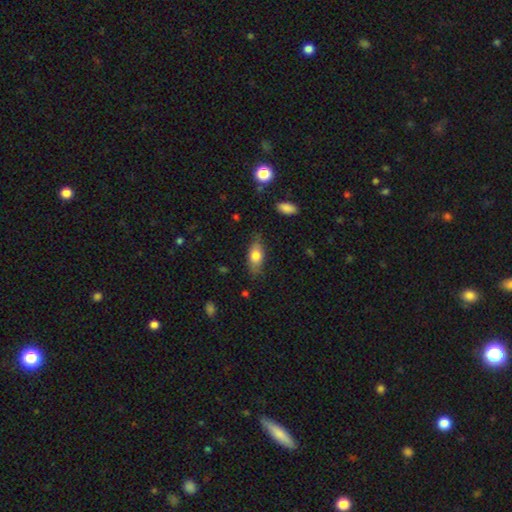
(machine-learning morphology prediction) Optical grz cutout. It shows a smooth galaxy with no disk features (73%) that is in between round and cigar-shaped (82%). Merging: none (74%).